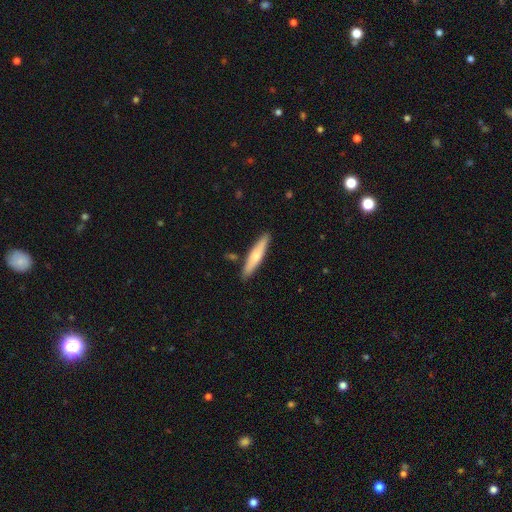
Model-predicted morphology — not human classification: smooth-or-featured: smooth: 56% | featured or disk: 38% | star or artifact: 5%
  how-rounded: cigar-shaped: 87% | in between: 12% | round: 2%
  merging: none: 87% | minor disturbance: 8% | merger: 3% | major disturbance: 2%